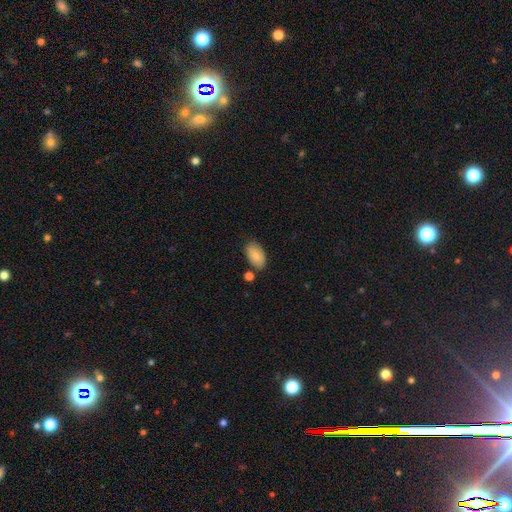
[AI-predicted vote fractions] Smooth or featured? smooth (86%)
How rounded? in between (94%)
Merging? none (78%)